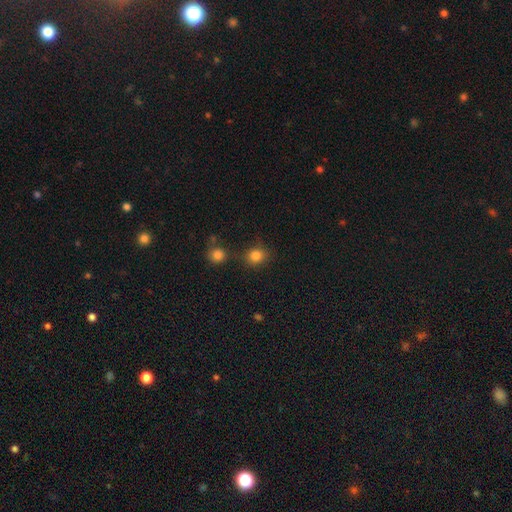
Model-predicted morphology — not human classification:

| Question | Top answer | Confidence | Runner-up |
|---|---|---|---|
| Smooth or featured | smooth | 82% | star or artifact (12%) |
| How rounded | round | 76% | in between (23%) |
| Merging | none | 75% | minor disturbance (12%) |